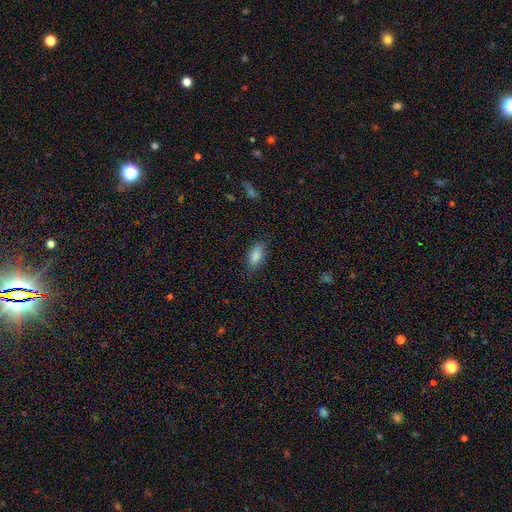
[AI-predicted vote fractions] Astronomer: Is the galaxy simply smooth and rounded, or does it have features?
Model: smooth — 84%.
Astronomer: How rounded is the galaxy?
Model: in between — 89%.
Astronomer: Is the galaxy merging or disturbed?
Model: none — 78%.